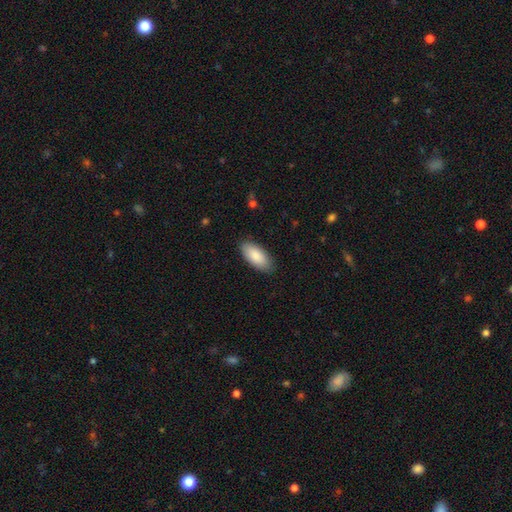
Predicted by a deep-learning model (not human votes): Overall: smooth (87%). How rounded: in between (91%). Merging: none (86%).